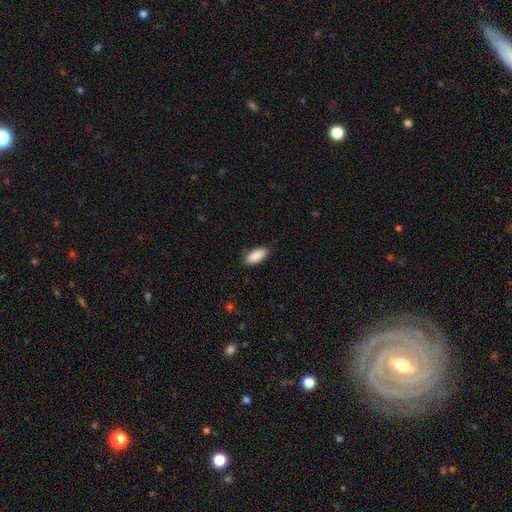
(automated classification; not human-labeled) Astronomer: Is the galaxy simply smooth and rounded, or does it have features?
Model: smooth — 90%.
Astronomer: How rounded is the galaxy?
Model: in between — 88%.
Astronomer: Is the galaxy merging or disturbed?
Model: none — 84%.